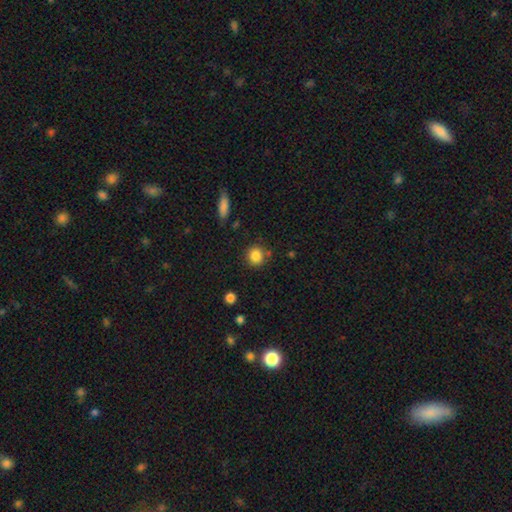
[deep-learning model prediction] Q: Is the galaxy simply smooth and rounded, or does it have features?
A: smooth — 85%.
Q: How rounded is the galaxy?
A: round — 87%.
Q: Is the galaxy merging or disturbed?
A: none — 82%.